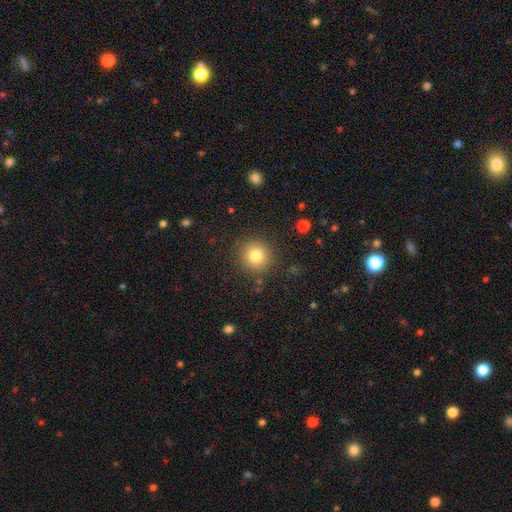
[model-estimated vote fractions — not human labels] smooth 80%, star or artifact 12%, featured or disk 8%. Down the decision tree: how rounded — round (93%); merging — none (89%).